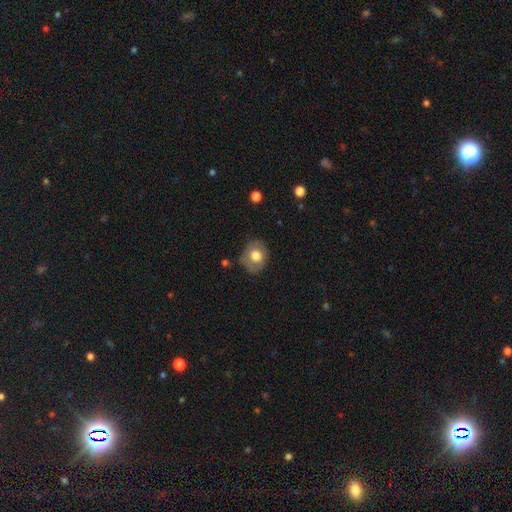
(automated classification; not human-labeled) smooth_or_featured: smooth (p=0.70) [alt: featured or disk p=0.22]
how_rounded: round (p=0.58) [alt: in between p=0.41]
merging: none (p=0.73) [alt: minor disturbance p=0.20]